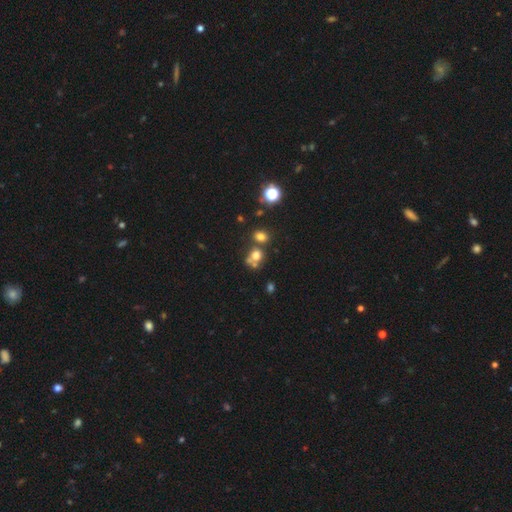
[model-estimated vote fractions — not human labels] This appears to be a smooth galaxy with no disk features (69%) that is round (68%). Merging: none (46%).